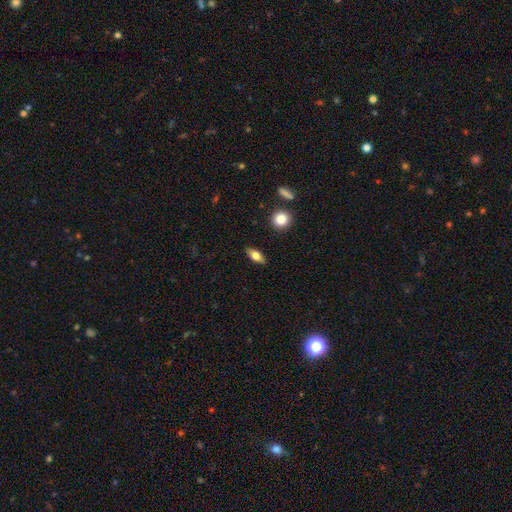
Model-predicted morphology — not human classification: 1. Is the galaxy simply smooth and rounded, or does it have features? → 67% smooth, 26% featured or disk, 7% star or artifact.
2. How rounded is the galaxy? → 79% in between, 15% cigar-shaped, 6% round.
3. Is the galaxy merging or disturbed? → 87% none, 9% minor disturbance, 2% major disturbance, 1% merger.